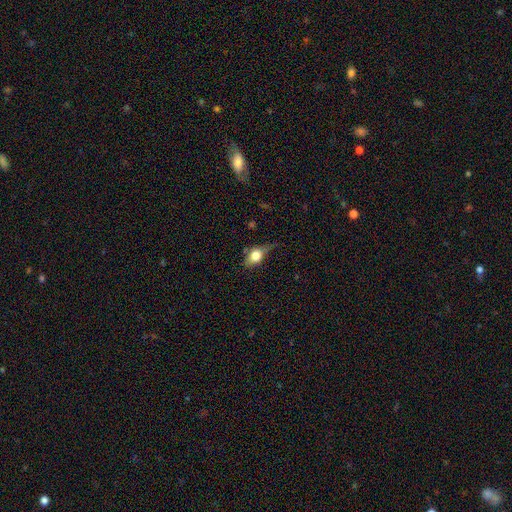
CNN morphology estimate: Overall: smooth (69%). How rounded: in between (61%; round 34%). Merging: none (42%; minor disturbance 35%).